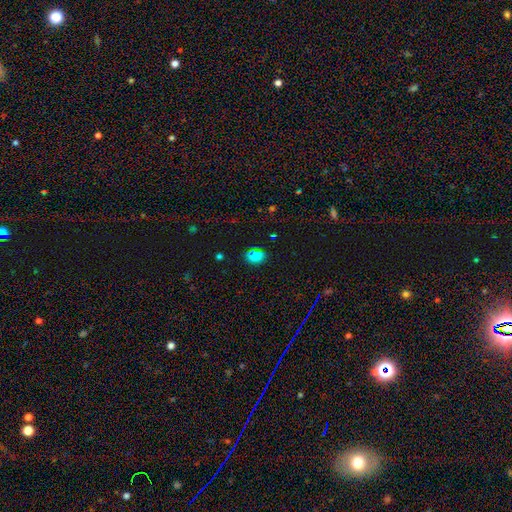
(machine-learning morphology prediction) This is likely a smooth galaxy (70%). How rounded: likely in between (71%). Merging: clearly none (82%).